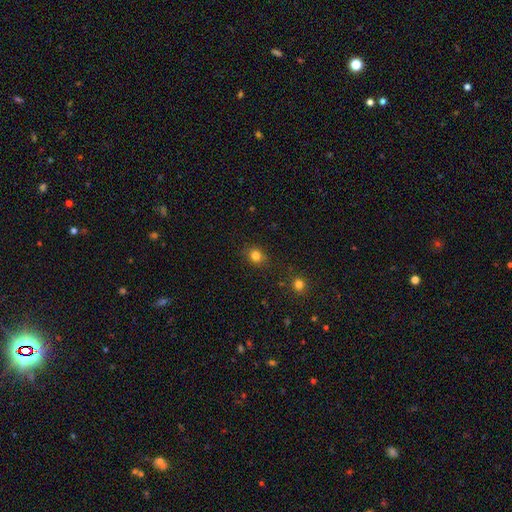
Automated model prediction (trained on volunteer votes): smooth 81%, star or artifact 14%, featured or disk 5%. Down the decision tree: how rounded — round (76%); merging — none (83%).